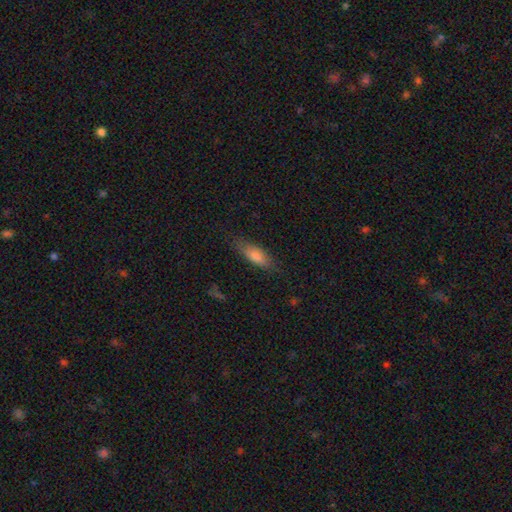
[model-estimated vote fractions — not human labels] smooth_or_featured: smooth (p=0.74) [alt: featured or disk p=0.19]
how_rounded: in between (p=0.55) [alt: cigar-shaped p=0.42]
merging: none (p=0.80) [alt: minor disturbance p=0.16]